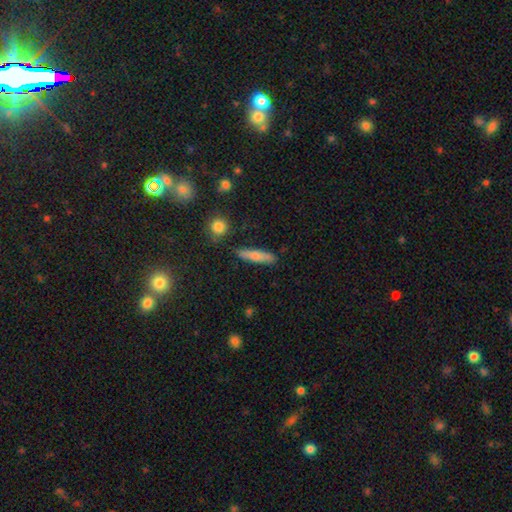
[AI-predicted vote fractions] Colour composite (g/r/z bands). It shows a smooth galaxy with no disk features (76%) that is cigar-shaped (81%). Merging: none (85%).